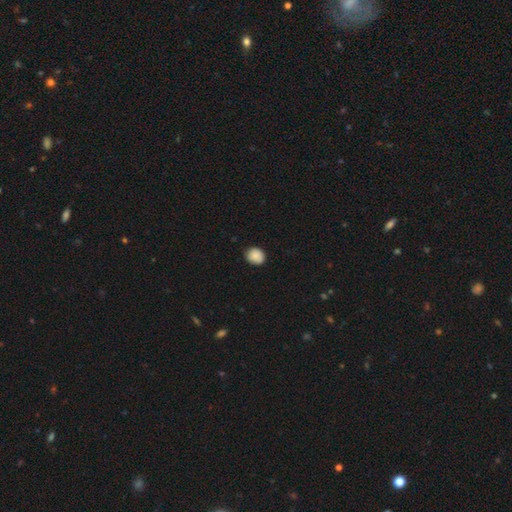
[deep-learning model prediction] Smooth or featured? Predicted: smooth (p=0.87). How rounded? Predicted: round (p=0.67). Merging? Predicted: none (p=0.83).